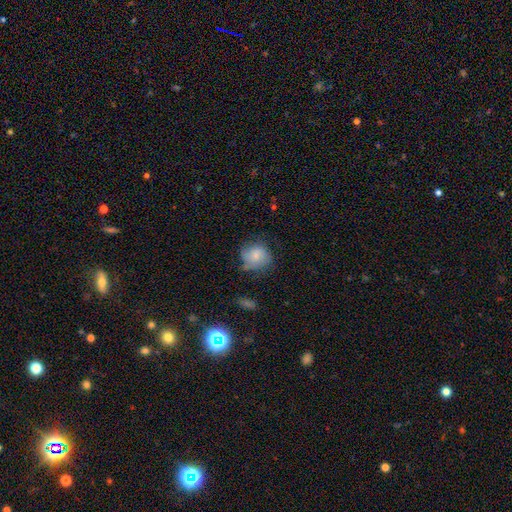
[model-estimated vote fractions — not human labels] This appears to be a smooth galaxy with no disk features (73%) that is round (76%). Merging: none (54%).